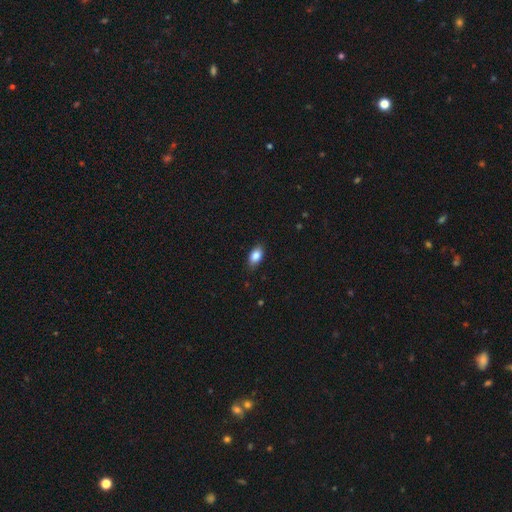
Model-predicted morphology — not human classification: The model was most divided on "merging": none: 84%, minor disturbance: 13%, major disturbance: 2%, merger: 1%. More confident: how rounded — in between (89%); smooth or featured — smooth (86%).